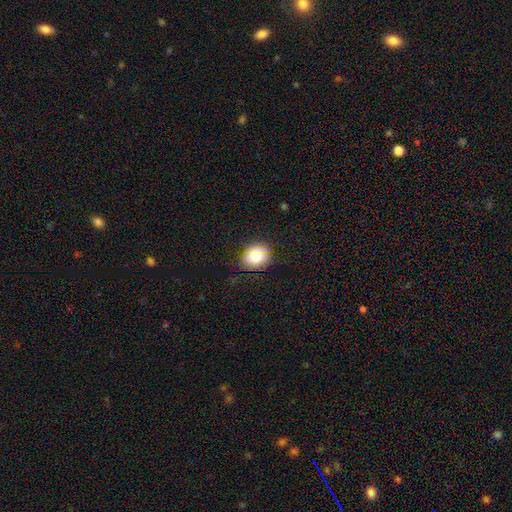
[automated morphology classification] type=smooth (80%); roundness=round (62%); merging=none (80%).